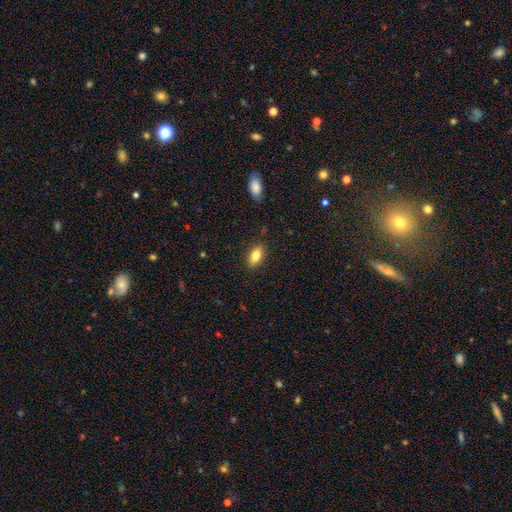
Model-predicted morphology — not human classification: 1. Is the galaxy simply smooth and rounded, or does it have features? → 80% smooth, 12% featured or disk, 8% star or artifact.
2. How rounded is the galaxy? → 88% in between, 7% cigar-shaped, 5% round.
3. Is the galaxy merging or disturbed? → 86% none, 10% minor disturbance, 2% major disturbance, 1% merger.